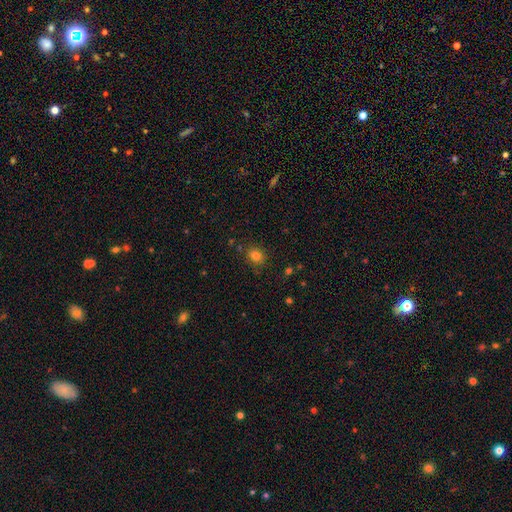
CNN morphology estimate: This is clearly a smooth galaxy (80%). How rounded: likely round (65%). Merging: clearly none (84%).